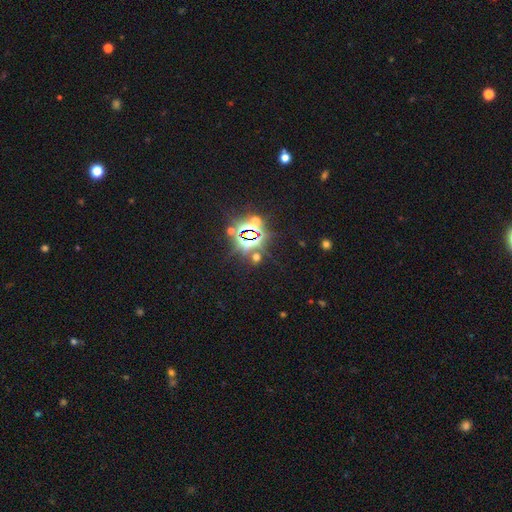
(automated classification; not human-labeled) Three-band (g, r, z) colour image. It shows a star or artifact, not a galaxy (83%).